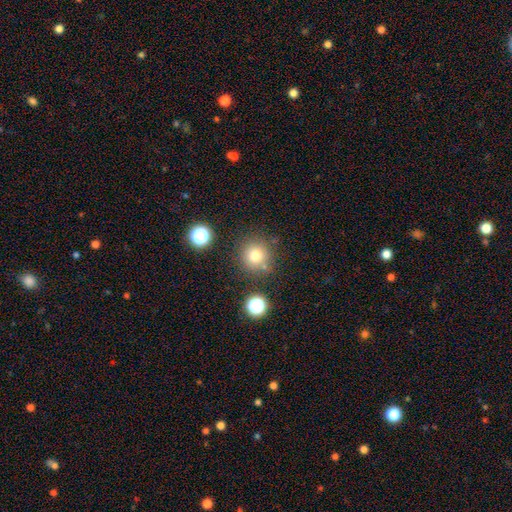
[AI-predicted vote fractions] This is likely a smooth galaxy (77%). How rounded: clearly round (93%). Merging: clearly none (80%).